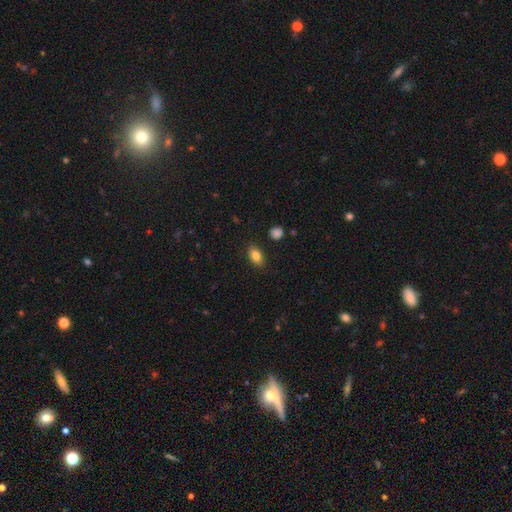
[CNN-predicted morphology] Q: Smooth or featured?
A: smooth (84%); runner-up: star or artifact (9%)
Q: How rounded?
A: in between (86%); runner-up: round (11%)
Q: Merging?
A: none (87%); runner-up: minor disturbance (9%)